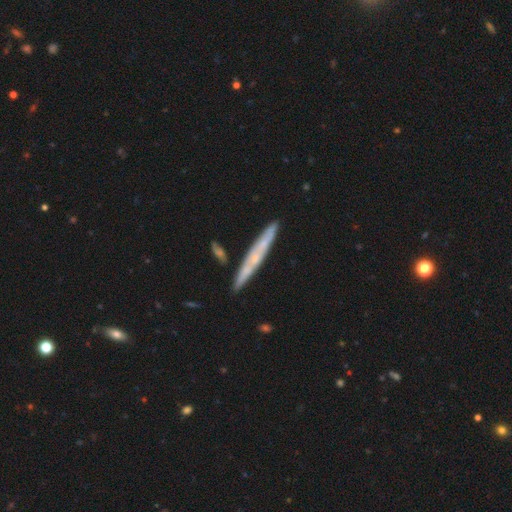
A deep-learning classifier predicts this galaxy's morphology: smooth-or-featured: featured or disk: 56% | smooth: 37% | star or artifact: 7%
  disk-edge-on: yes: 87% | no: 13%
  merging: none: 84% | minor disturbance: 10% | merger: 4% | major disturbance: 2%